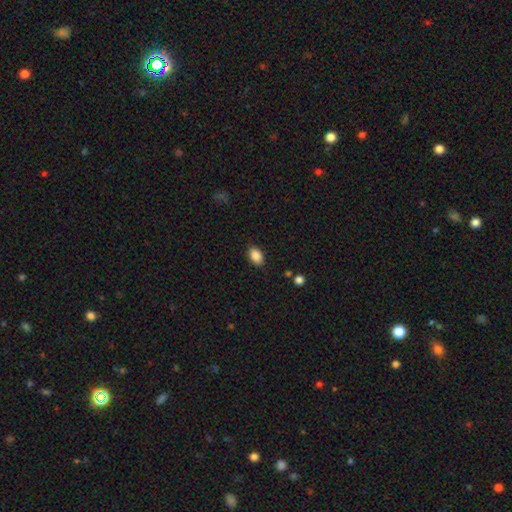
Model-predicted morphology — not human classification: Smooth or featured? Predicted: smooth (p=0.88). How rounded? Predicted: in between (p=0.87). Merging? Predicted: none (p=0.86).